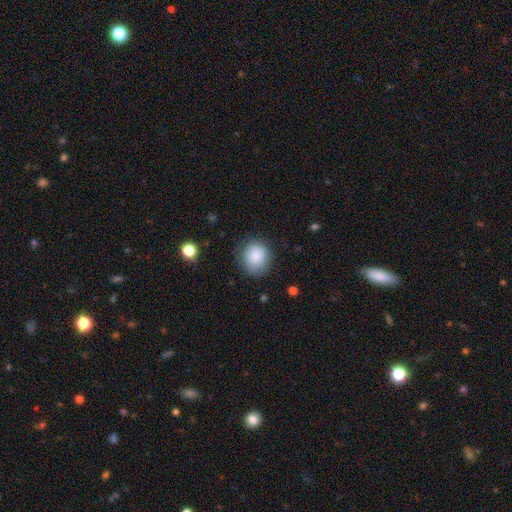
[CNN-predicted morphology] Smooth or featured? smooth (86%)
How rounded? round (78%)
Merging? none (79%)